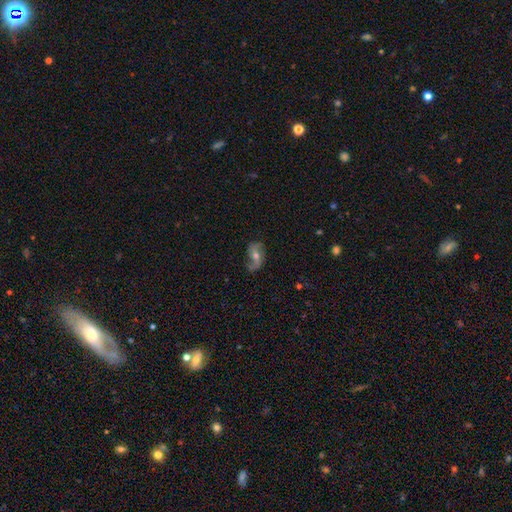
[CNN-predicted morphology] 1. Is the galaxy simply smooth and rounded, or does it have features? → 71% featured or disk, 20% smooth, 9% star or artifact.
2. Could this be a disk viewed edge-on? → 95% no, 5% yes.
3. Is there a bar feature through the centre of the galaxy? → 47% no, 37% weak, 17% strong.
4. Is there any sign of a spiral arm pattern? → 89% yes, 11% no.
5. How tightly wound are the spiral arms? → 61% loose, 29% medium, 10% tight.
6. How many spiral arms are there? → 84% 2, 7% 1, 6% can't tell, 1% 3, 1% 4, 1% more than 4.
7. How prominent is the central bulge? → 61% moderate, 33% small, 3% large, 2% none, 1% dominant.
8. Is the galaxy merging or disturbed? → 67% none, 21% minor disturbance, 11% major disturbance, 2% merger.